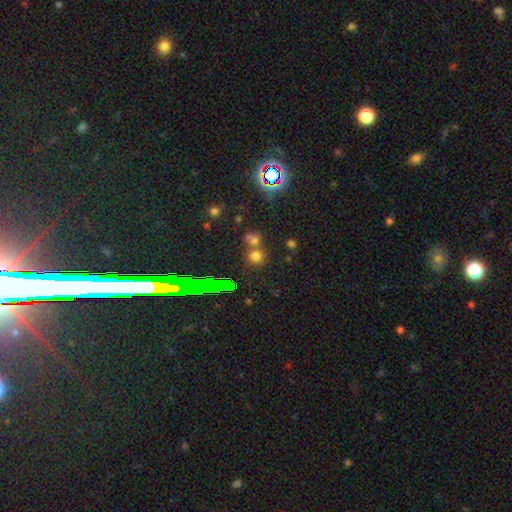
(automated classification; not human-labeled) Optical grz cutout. It shows a smooth galaxy with no disk features (66%) that is round (88%). Merging: none (59%).